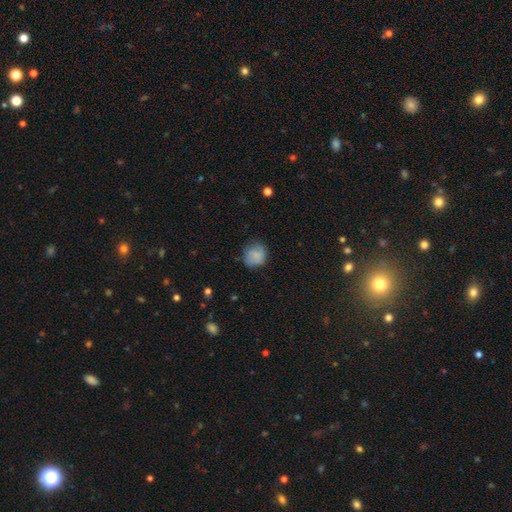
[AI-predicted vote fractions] Q: Smooth or featured?
A: smooth (80%); runner-up: featured or disk (11%)
Q: How rounded?
A: round (75%); runner-up: in between (24%)
Q: Merging?
A: none (69%); runner-up: minor disturbance (23%)